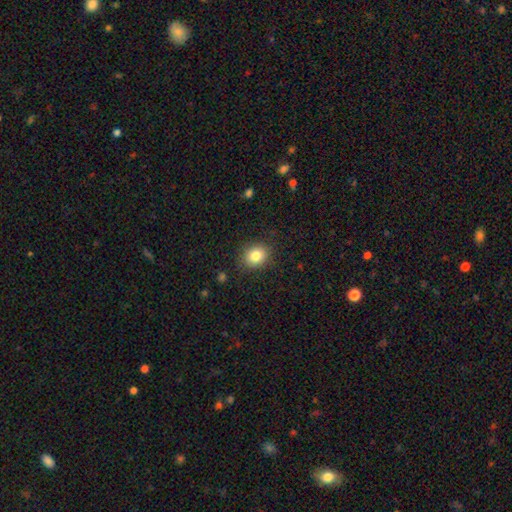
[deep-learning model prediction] Smooth or featured: smooth — 83% (star or artifact — 10%)
How rounded: round — 60% (in between — 39%)
Merging: none — 86% (minor disturbance — 10%)